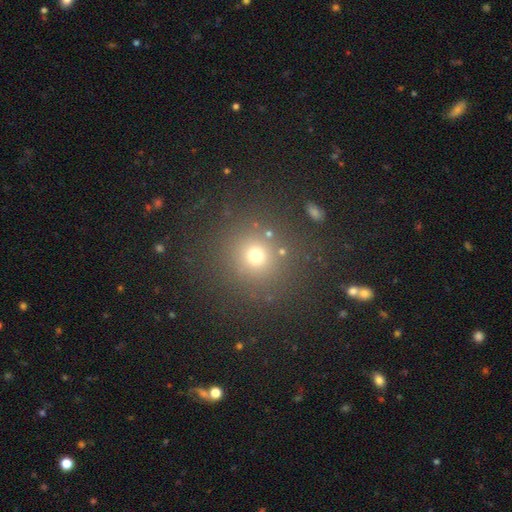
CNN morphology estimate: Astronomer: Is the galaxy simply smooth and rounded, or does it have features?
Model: smooth — 69%.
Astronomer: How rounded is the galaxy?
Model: round — 90%.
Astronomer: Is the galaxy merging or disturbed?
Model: none — 83%.